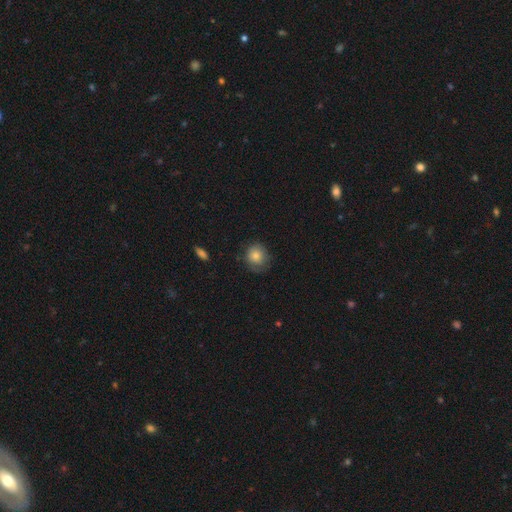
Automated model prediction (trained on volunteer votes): This appears to be a smooth galaxy with no disk features (79%) that is round (83%). Merging: none (69%).